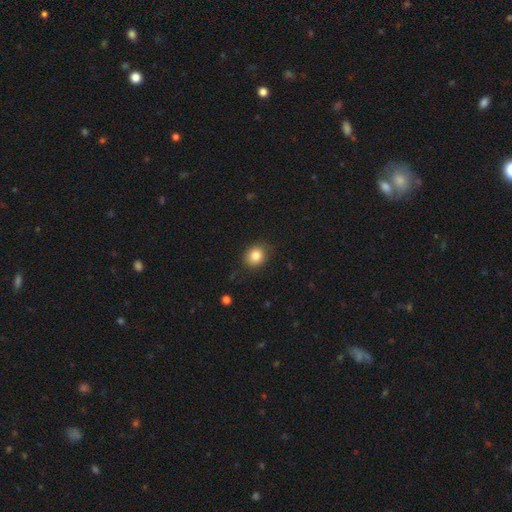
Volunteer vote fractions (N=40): Smooth or featured?
  - smooth: 75% *
  - featured or disk: 12%
  - star or artifact: 12%
How rounded?
  - round: 63% *
  - in between: 37%
  - cigar-shaped: 0%
Merging?
  - none: 80% *
  - minor disturbance: 14%
  - major disturbance: 6%
  - merger: 0%